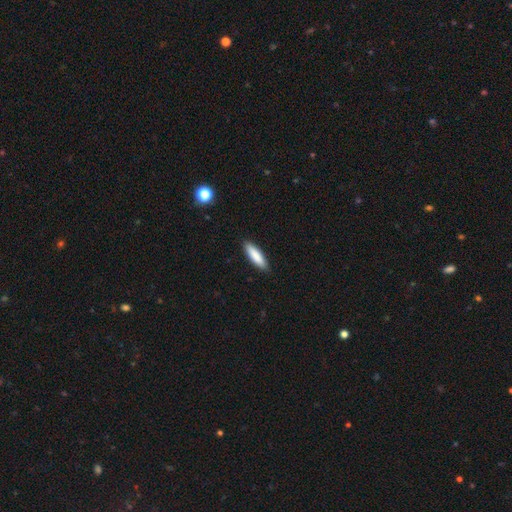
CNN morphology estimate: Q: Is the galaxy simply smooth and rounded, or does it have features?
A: smooth — 86%.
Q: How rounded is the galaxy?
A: cigar-shaped — 63%.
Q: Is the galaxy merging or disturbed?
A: none — 89%.